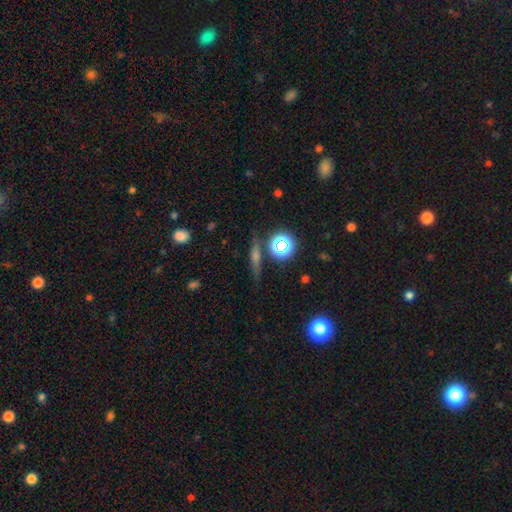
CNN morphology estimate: smooth-or-featured: featured or disk: 50% | smooth: 32% | star or artifact: 18%
  merging: none: 83% | minor disturbance: 9% | merger: 4% | major disturbance: 3%